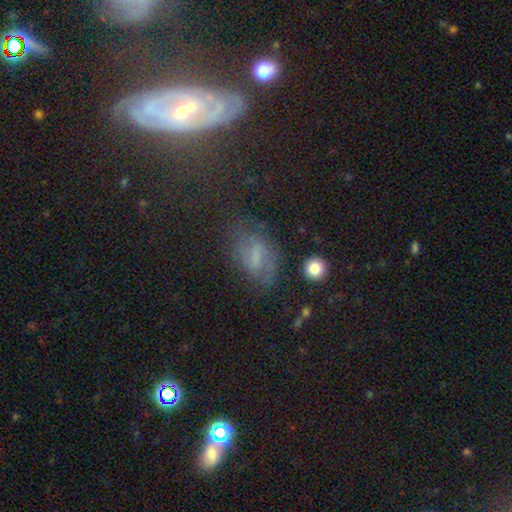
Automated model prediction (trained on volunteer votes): Overall: featured or disk (39%, tied with smooth). Merging: none (60%; minor disturbance 23%).